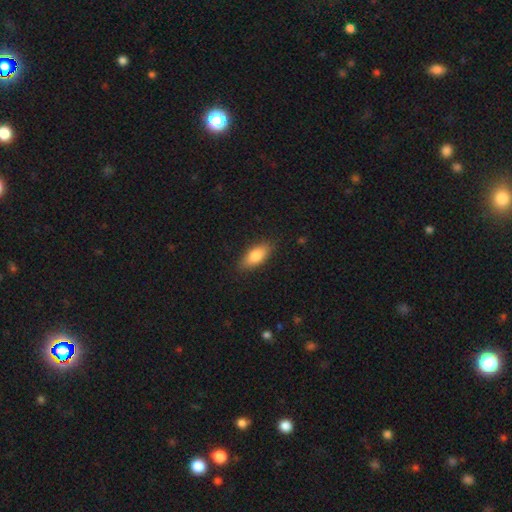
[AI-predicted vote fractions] smooth 81%, featured or disk 13%, star or artifact 6%. Down the decision tree: how rounded — in between (82%); merging — none (86%).